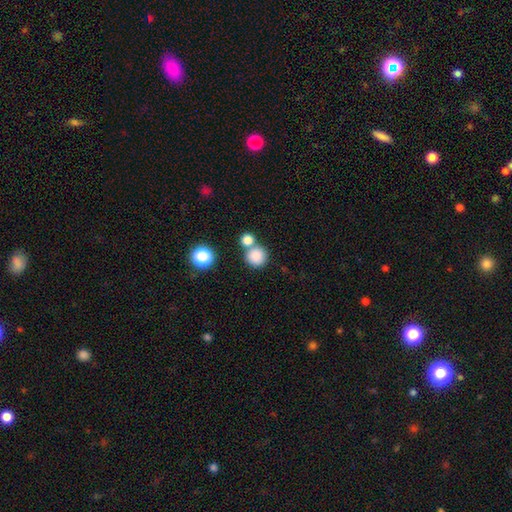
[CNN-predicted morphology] This appears to be a smooth galaxy with no disk features (84%) that is round (91%). Merging: none (57%).